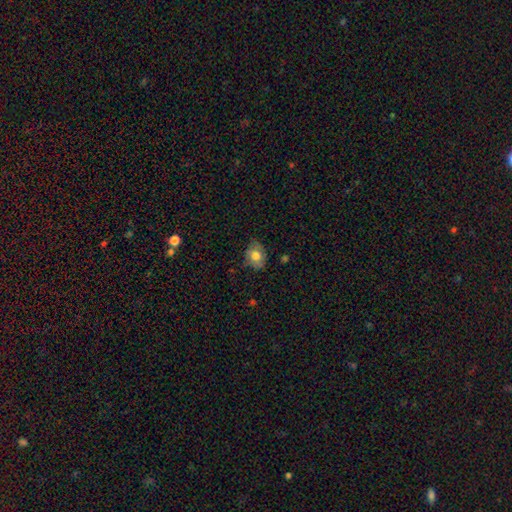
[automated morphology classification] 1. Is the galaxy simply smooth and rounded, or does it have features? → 72% smooth, 20% featured or disk, 9% star or artifact.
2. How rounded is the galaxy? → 58% in between, 41% round, 1% cigar-shaped.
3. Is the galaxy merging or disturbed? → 67% none, 26% minor disturbance, 6% major disturbance, 2% merger.